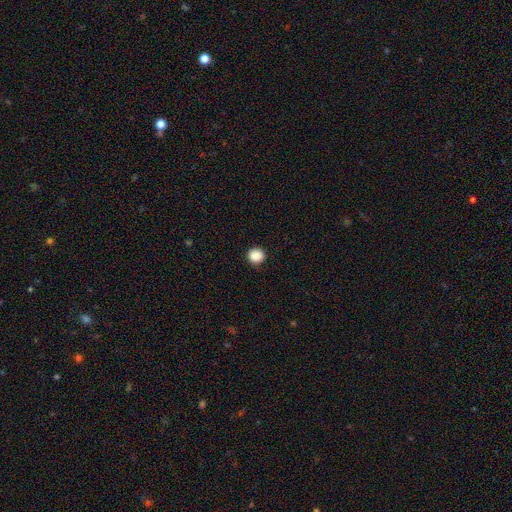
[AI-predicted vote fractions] The model was most divided on "how rounded": round: 88%, in between: 11%, cigar-shaped: 1%. More confident: merging — none (90%); smooth or featured — smooth (89%).